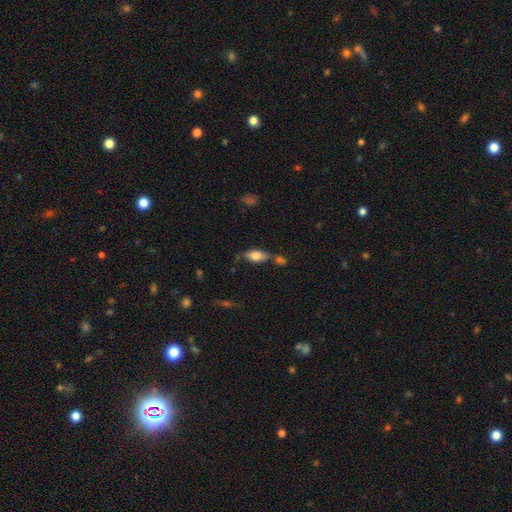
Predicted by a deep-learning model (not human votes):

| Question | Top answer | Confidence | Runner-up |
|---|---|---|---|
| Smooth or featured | smooth | 72% | featured or disk (20%) |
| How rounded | in between | 84% | cigar-shaped (11%) |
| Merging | none | 50% | minor disturbance (22%) |